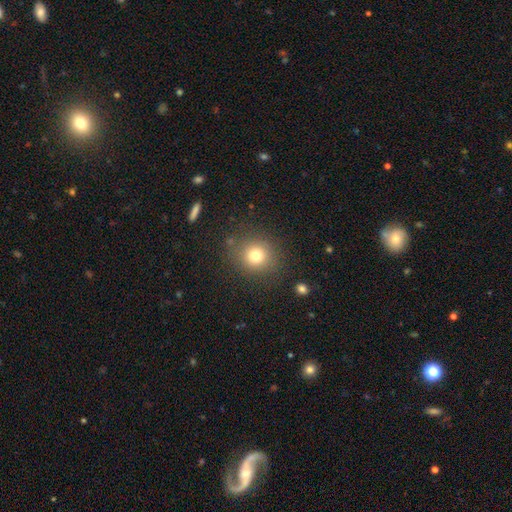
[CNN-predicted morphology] Q: Smooth or featured?
A: smooth (76%); runner-up: star or artifact (14%)
Q: How rounded?
A: round (87%); runner-up: in between (12%)
Q: Merging?
A: none (83%); runner-up: minor disturbance (10%)